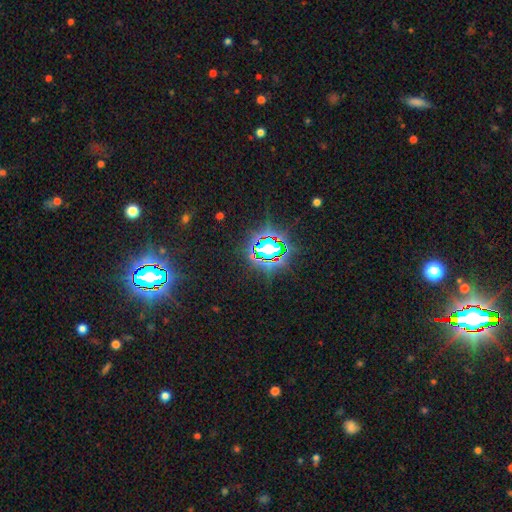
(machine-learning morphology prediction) smooth-or-featured: star or artifact: 80% | smooth: 12% | featured or disk: 8%